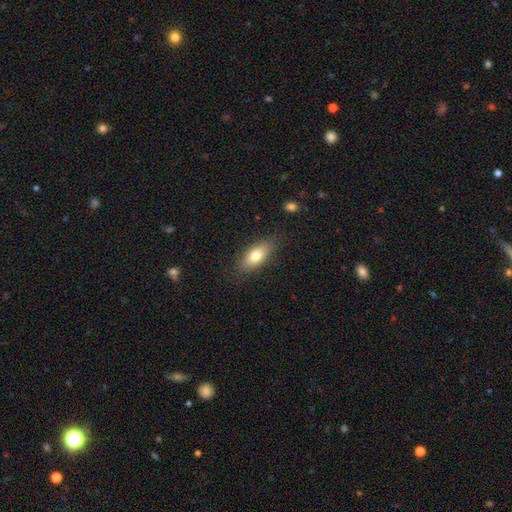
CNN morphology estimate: Smooth or featured: smooth — 75% (featured or disk — 18%)
How rounded: in between — 81% (cigar-shaped — 15%)
Merging: none — 82% (minor disturbance — 13%)